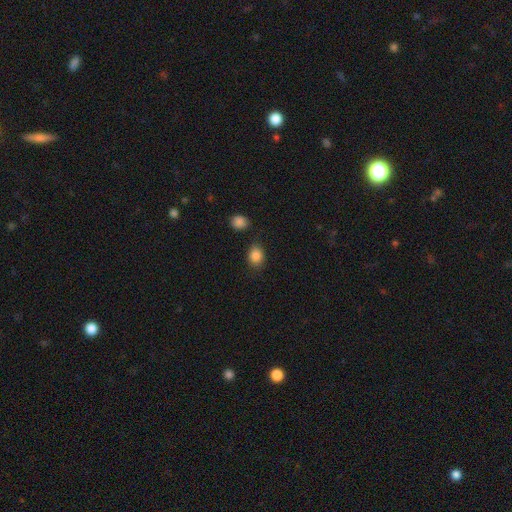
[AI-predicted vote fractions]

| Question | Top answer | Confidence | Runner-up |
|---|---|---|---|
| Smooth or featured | smooth | 85% | star or artifact (10%) |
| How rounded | in between | 51% | round (48%) |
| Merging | none | 77% | minor disturbance (14%) |